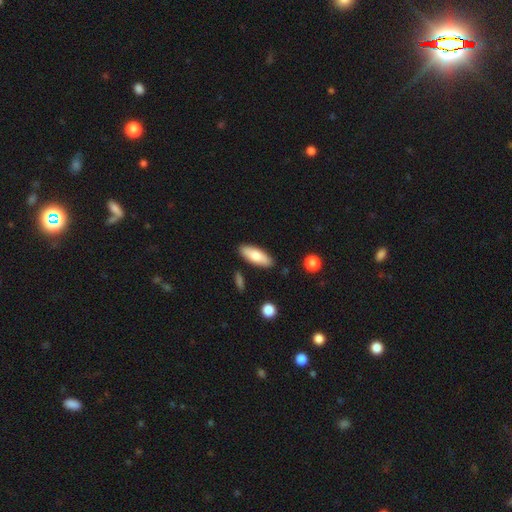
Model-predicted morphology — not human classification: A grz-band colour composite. It shows a smooth galaxy with no disk features (76%) that is in between round and cigar-shaped (69%). Merging: none (85%).